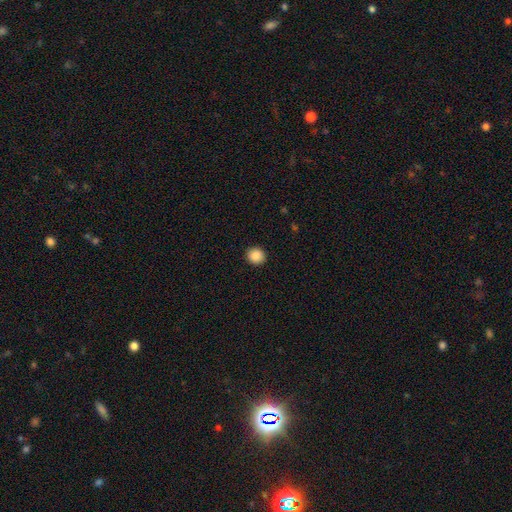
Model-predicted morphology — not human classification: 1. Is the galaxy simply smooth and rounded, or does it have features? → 88% smooth, 9% star or artifact, 3% featured or disk.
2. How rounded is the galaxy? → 89% round, 10% in between, 1% cigar-shaped.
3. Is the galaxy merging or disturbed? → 92% none, 5% minor disturbance, 2% major disturbance, 1% merger.